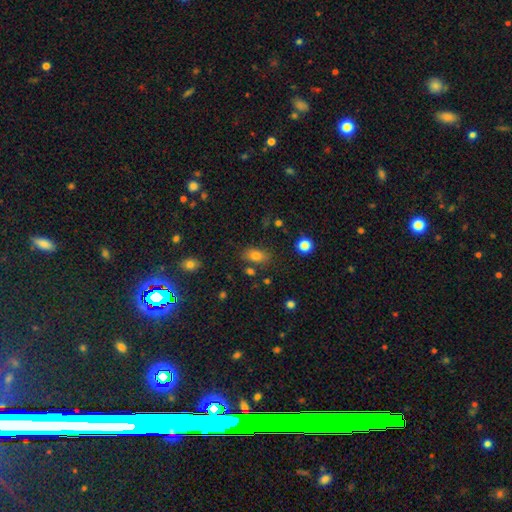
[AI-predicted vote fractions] smooth 78%, star or artifact 12%, featured or disk 10%. Down the decision tree: how rounded — in between (83%); merging — none (77%).